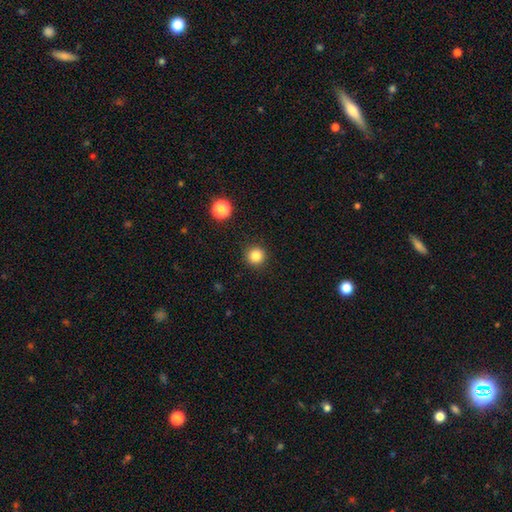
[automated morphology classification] The model was most divided on "smooth or featured": smooth: 84%, star or artifact: 12%, featured or disk: 4%. More confident: how rounded — round (95%); merging — none (91%).